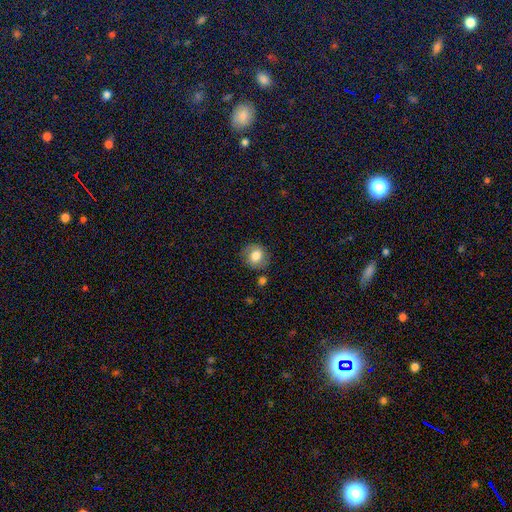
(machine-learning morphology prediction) Overall: smooth (76%). How rounded: round (73%). Merging: none (78%).